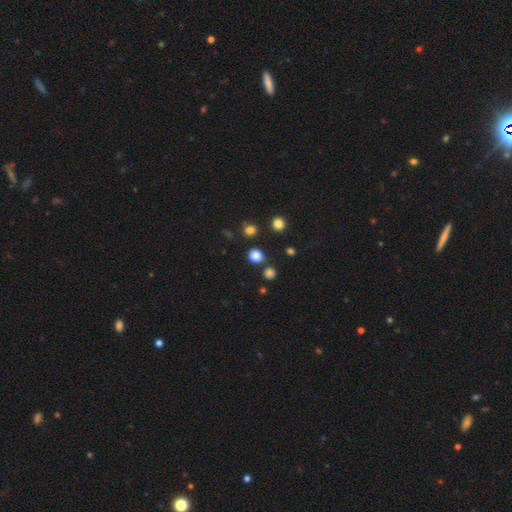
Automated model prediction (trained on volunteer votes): A smooth galaxy with no disk features (81%) that is round (85%). Merging: none (82%).